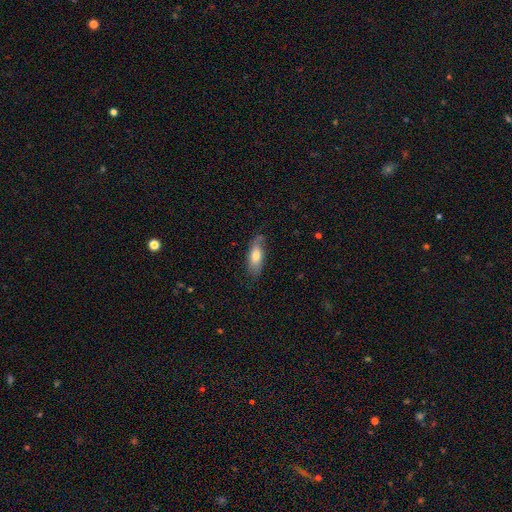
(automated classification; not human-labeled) This appears to be a smooth galaxy with no disk features (68%) that is in between round and cigar-shaped (72%). Merging: none (69%).